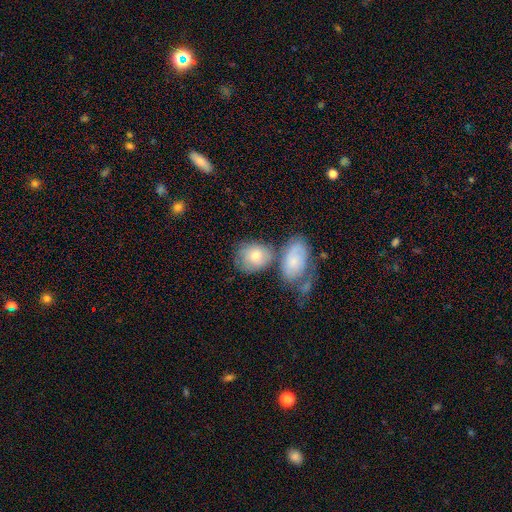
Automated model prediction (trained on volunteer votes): A smooth galaxy with no disk features (64%) that is in between round and cigar-shaped (52%). Merging: none (45%).